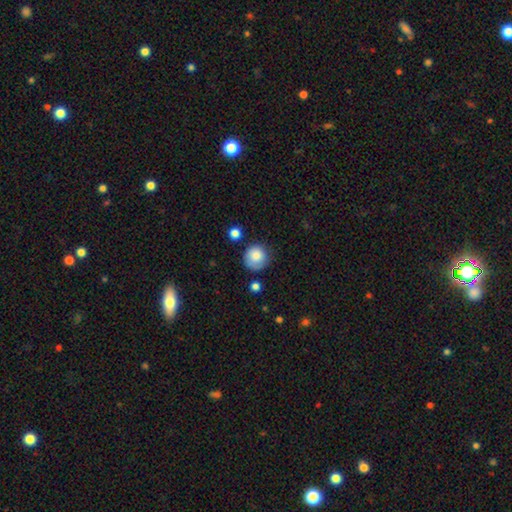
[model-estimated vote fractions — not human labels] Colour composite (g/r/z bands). It shows a smooth galaxy with no disk features (83%) that is round (91%). Merging: none (72%).